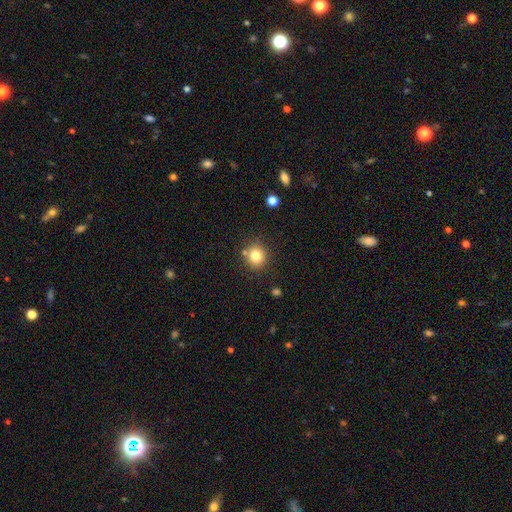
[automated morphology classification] type=smooth (81%); roundness=round (88%); merging=none (80%).